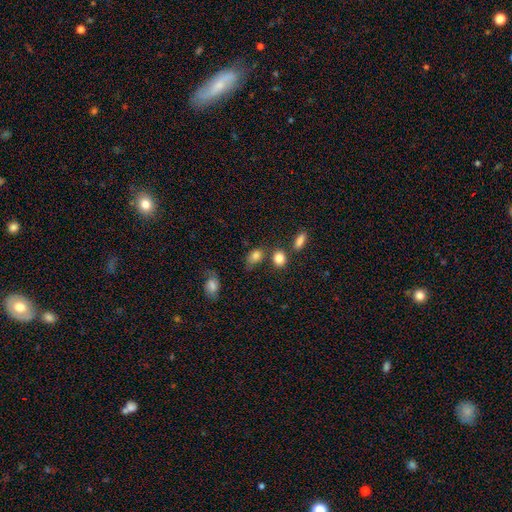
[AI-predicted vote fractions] Smooth or featured?
  - smooth: 83% *
  - star or artifact: 11%
  - featured or disk: 7%
How rounded?
  - in between: 66% *
  - round: 32%
  - cigar-shaped: 2%
Merging?
  - none: 54% *
  - minor disturbance: 22%
  - merger: 16%
  - major disturbance: 8%